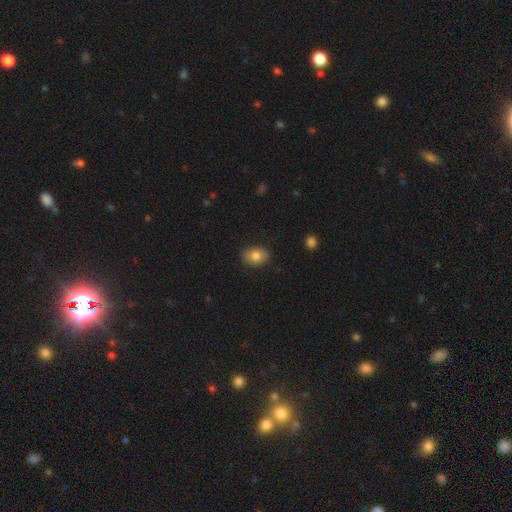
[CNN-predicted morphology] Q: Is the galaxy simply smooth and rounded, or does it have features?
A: smooth — 81%.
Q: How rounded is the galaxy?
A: in between — 72%.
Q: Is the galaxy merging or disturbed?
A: none — 84%.